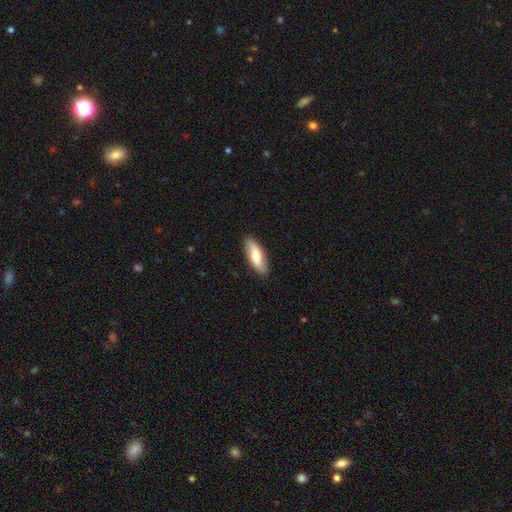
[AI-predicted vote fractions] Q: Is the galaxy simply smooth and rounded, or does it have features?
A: smooth — 62%.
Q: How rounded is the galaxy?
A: in between — 61%.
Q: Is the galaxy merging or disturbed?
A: none — 88%.